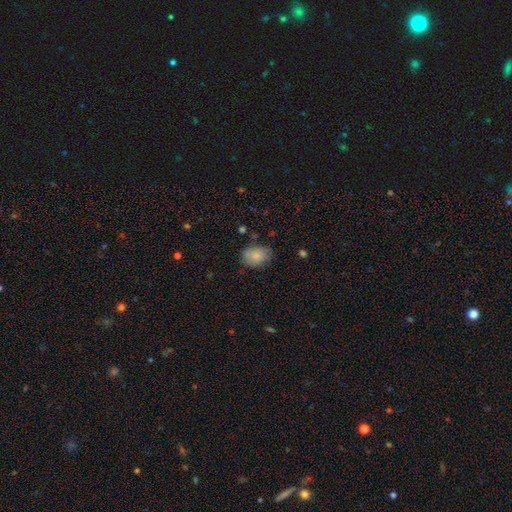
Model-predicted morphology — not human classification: Q: Smooth or featured?
A: smooth (82%); runner-up: featured or disk (11%)
Q: How rounded?
A: in between (73%); runner-up: round (26%)
Q: Merging?
A: none (73%); runner-up: minor disturbance (20%)